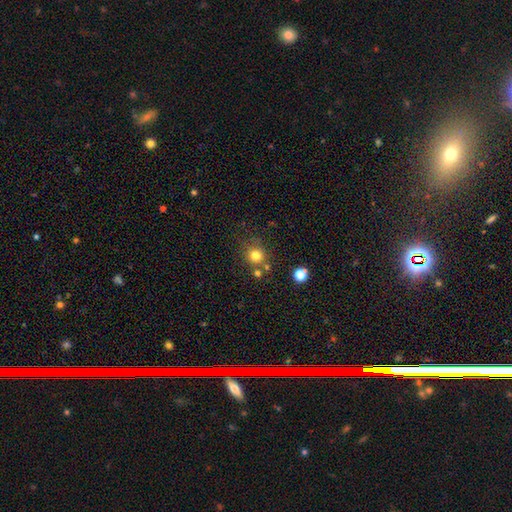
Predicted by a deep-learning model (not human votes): Smooth or featured? smooth (78%)
How rounded? round (90%)
Merging? none (73%)